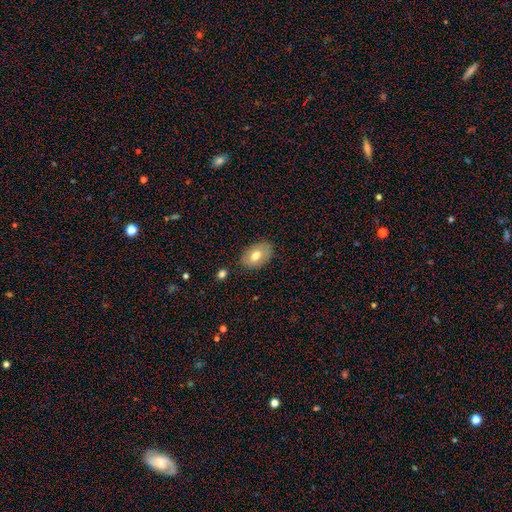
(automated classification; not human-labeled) A smooth galaxy with no disk features (73%) that is in between round and cigar-shaped (89%). Merging: none (81%).